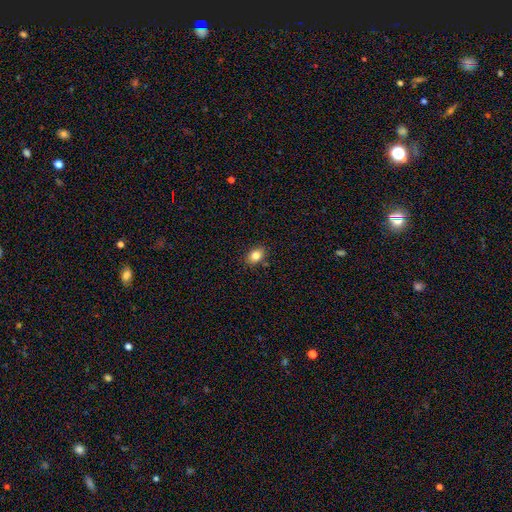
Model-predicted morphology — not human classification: Smooth or featured? smooth (83%)
How rounded? in between (76%)
Merging? none (86%)